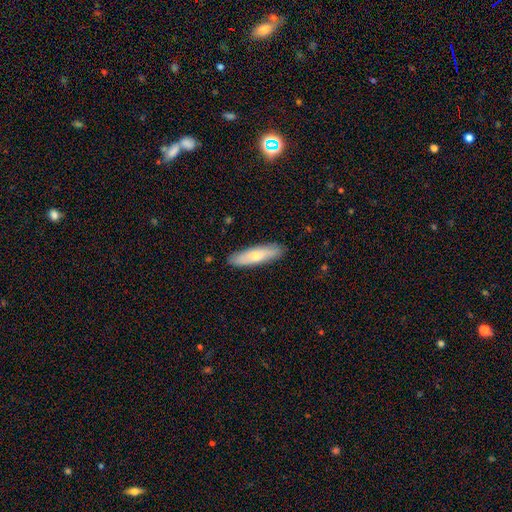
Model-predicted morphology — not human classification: This appears to be a smooth galaxy with no disk features (65%) that is cigar-shaped (68%). Merging: none (88%).